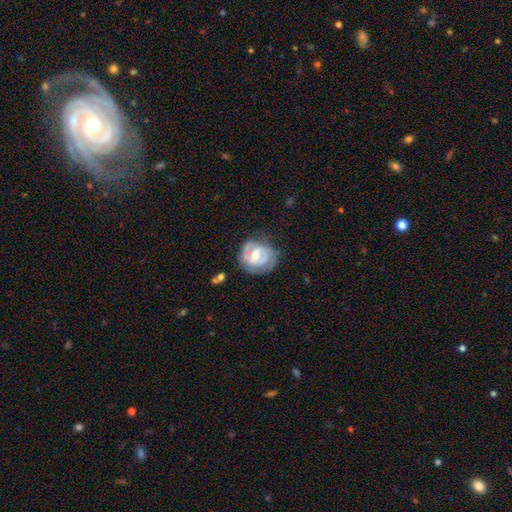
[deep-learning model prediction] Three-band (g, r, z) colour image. It shows a featured or disk galaxy (69%) with a weak bar (50%), 2 (55%) tight (55%) spiral arms (76%) and a moderate central bulge (56%). Merging: none (62%).